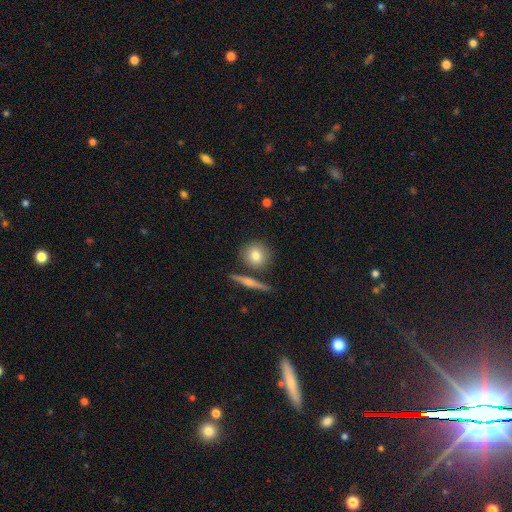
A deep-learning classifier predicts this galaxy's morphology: Smooth or featured? Predicted: smooth (p=0.75). How rounded? Predicted: round (p=0.88). Merging? Predicted: none (p=0.77).